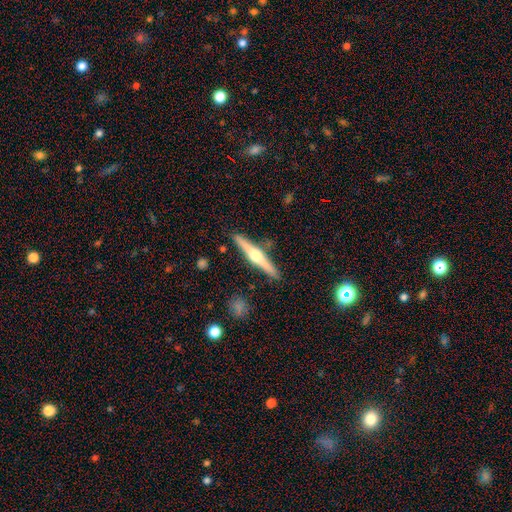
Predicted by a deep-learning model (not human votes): A featured or disk galaxy (71%) viewed edge-on (98%) with a rounded central bulge (94%).

Vote fractions:
- Smooth or featured? featured or disk: 71% / smooth: 23% / star or artifact: 6%
- Edge-on disk? yes: 98% / no: 2%
- Edge-on bulge? rounded: 94% / boxy: 3% / none: 3%
- Merging? none: 89% / minor disturbance: 8% / merger: 2% / major disturbance: 2%